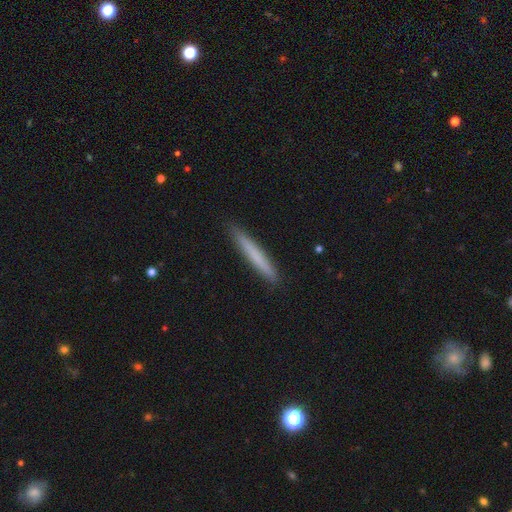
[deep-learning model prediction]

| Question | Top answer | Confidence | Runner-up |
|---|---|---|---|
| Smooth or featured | smooth | 70% | featured or disk (24%) |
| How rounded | cigar-shaped | 97% | in between (2%) |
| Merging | none | 90% | minor disturbance (7%) |